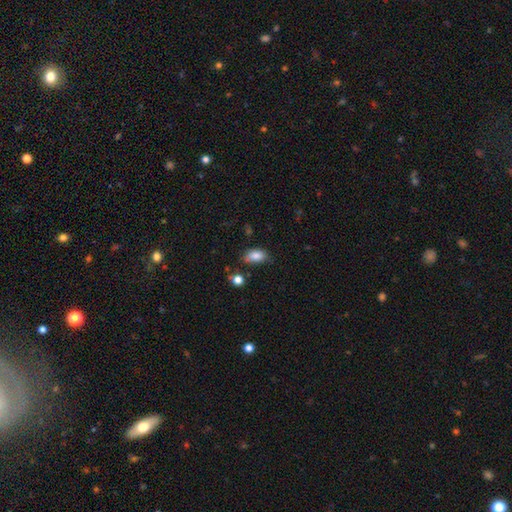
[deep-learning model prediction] Morphology: type=smooth (84%); roundness=in between (90%); merging=none (63%).